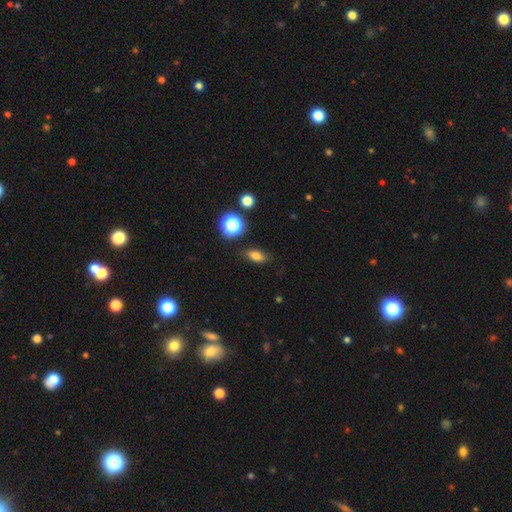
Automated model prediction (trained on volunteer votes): This appears to be a smooth galaxy with no disk features (77%) that is in between round and cigar-shaped (79%). Merging: none (83%).